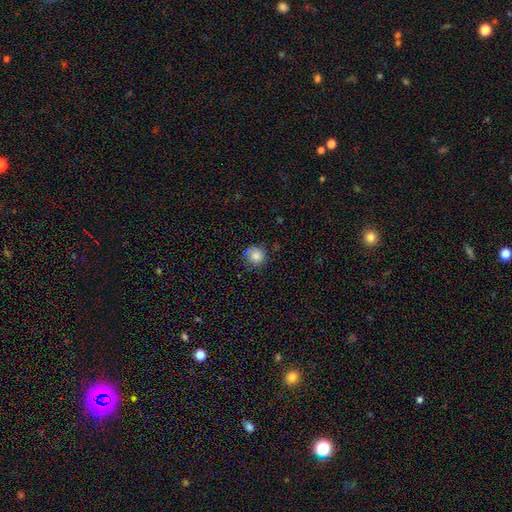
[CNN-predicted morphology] A smooth galaxy with no disk features (84%) that is round (91%).

Vote fractions:
- Smooth or featured? smooth: 84% / star or artifact: 9% / featured or disk: 6%
- How rounded? round: 91% / in between: 8% / cigar-shaped: 1%
- Merging? none: 74% / minor disturbance: 19% / major disturbance: 5% / merger: 2%